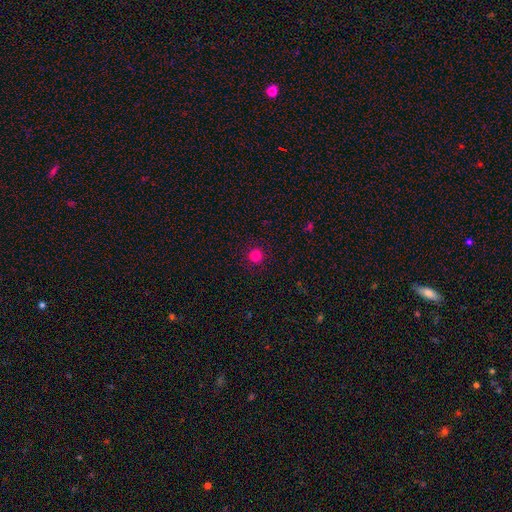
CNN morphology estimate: A smooth galaxy with no disk features (83%) that is round (96%).

Vote fractions:
- Smooth or featured? smooth: 83% / star or artifact: 14% / featured or disk: 4%
- How rounded? round: 96% / in between: 3% / cigar-shaped: 1%
- Merging? none: 92% / minor disturbance: 5% / major disturbance: 2% / merger: 1%